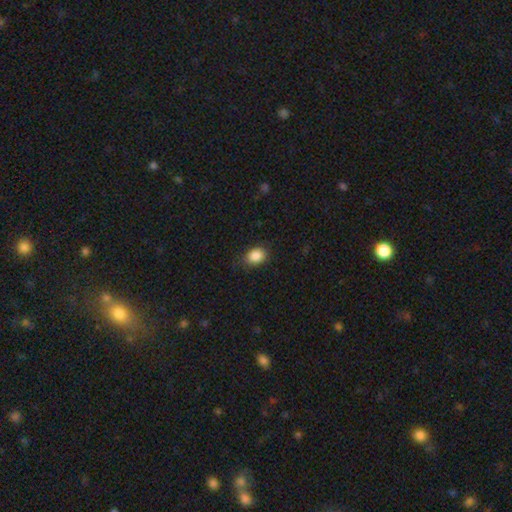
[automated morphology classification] Q: Smooth or featured?
A: smooth (88%); runner-up: star or artifact (8%)
Q: How rounded?
A: in between (65%); runner-up: round (34%)
Q: Merging?
A: none (80%); runner-up: minor disturbance (15%)